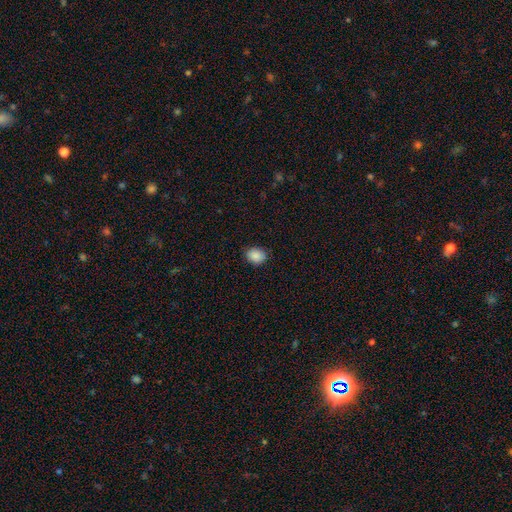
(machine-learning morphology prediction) Smooth or featured: smooth — 88% (star or artifact — 8%)
How rounded: in between — 54% (round — 45%)
Merging: none — 86% (minor disturbance — 11%)